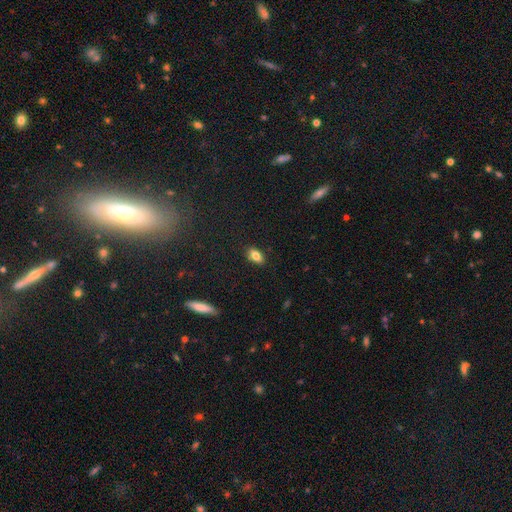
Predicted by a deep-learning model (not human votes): Overall: smooth (80%). How rounded: in between (88%). Merging: none (85%).